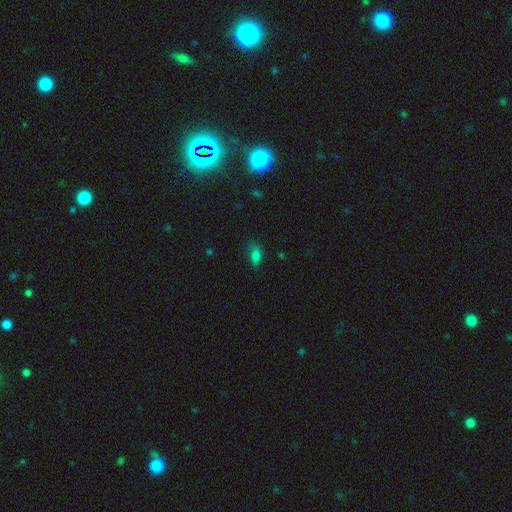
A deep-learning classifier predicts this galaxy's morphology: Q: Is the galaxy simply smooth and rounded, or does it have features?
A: smooth — 77%.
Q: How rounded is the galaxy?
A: in between — 84%.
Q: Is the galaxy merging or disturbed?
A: none — 58%.